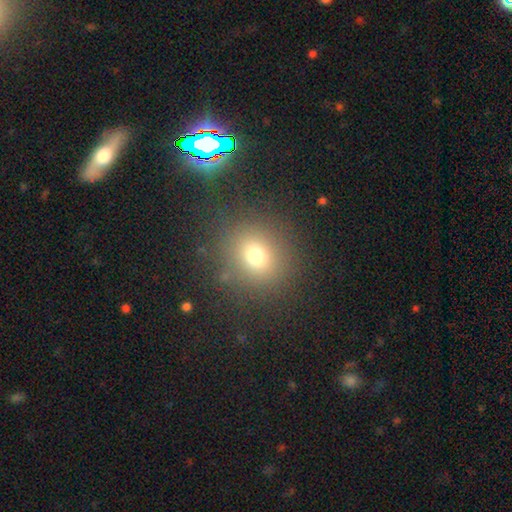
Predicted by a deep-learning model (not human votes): Q: Smooth or featured?
A: smooth (73%); runner-up: star or artifact (17%)
Q: How rounded?
A: round (82%); runner-up: in between (17%)
Q: Merging?
A: none (84%); runner-up: minor disturbance (8%)